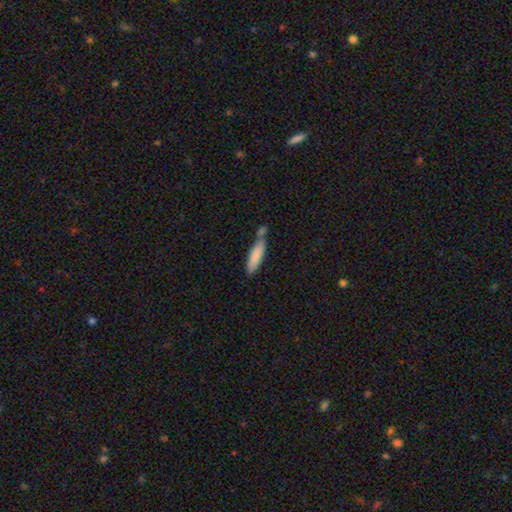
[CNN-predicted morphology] Smooth or featured? smooth (82%)
How rounded? cigar-shaped (72%)
Merging? none (47%)